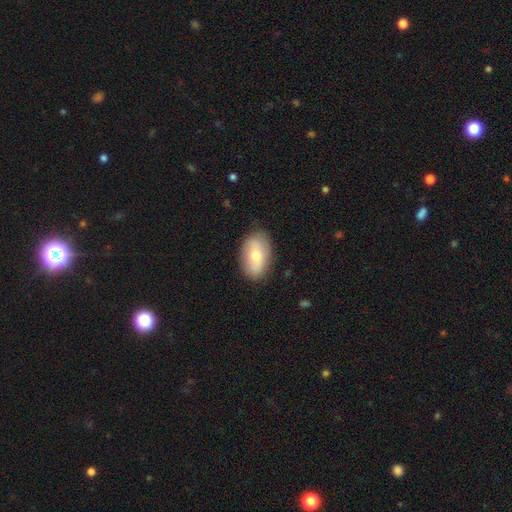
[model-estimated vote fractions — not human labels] Smooth or featured? smooth (64%)
How rounded? in between (91%)
Merging? none (84%)